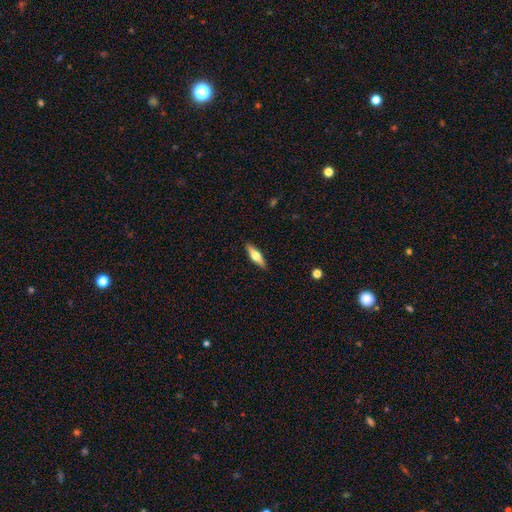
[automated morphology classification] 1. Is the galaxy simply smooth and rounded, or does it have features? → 48% featured or disk, 46% smooth, 6% star or artifact.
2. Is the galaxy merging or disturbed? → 90% none, 7% minor disturbance, 2% major disturbance, 1% merger.